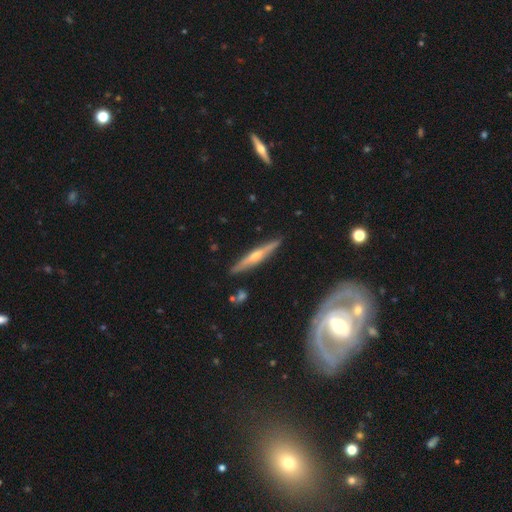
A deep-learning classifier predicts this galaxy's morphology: The model was most divided on "smooth or featured": featured or disk: 69%, smooth: 25%, star or artifact: 6%. More confident: edge-on disk — yes (94%); merging — none (88%); edge-on bulge — rounded (82%).